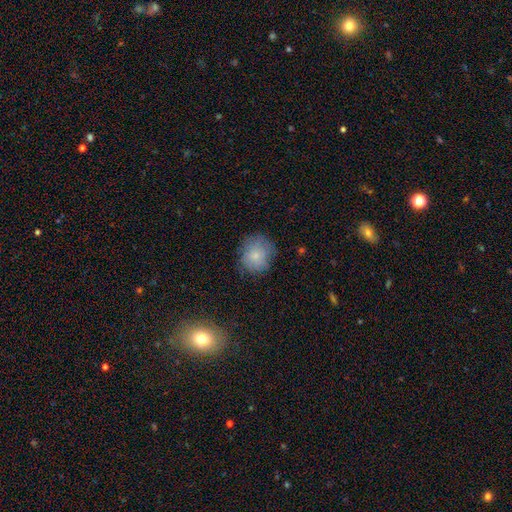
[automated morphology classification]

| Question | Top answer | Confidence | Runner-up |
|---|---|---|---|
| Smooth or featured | smooth | 75% | featured or disk (15%) |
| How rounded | round | 81% | in between (18%) |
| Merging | none | 74% | minor disturbance (19%) |